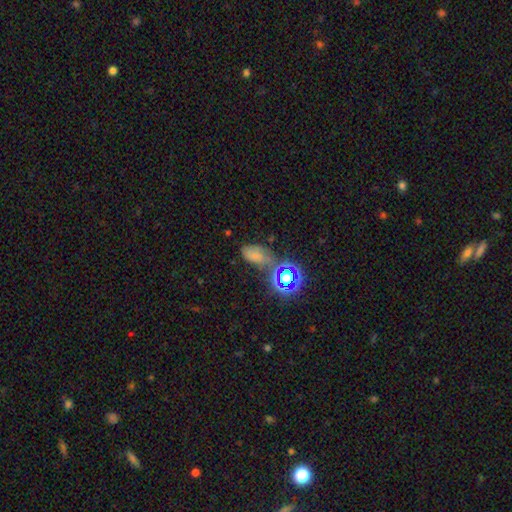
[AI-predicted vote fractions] Smooth or featured: smooth — 53% (star or artifact — 33%)
How rounded: in between — 83% (round — 12%)
Merging: none — 42% (minor disturbance — 24%)